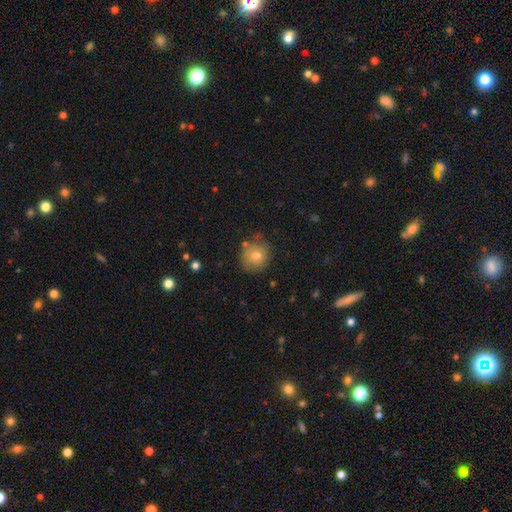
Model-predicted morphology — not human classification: smooth-or-featured: smooth: 78% | featured or disk: 12% | star or artifact: 10%
  how-rounded: round: 85% | in between: 14% | cigar-shaped: 1%
  merging: none: 74% | minor disturbance: 17% | major disturbance: 4% | merger: 4%